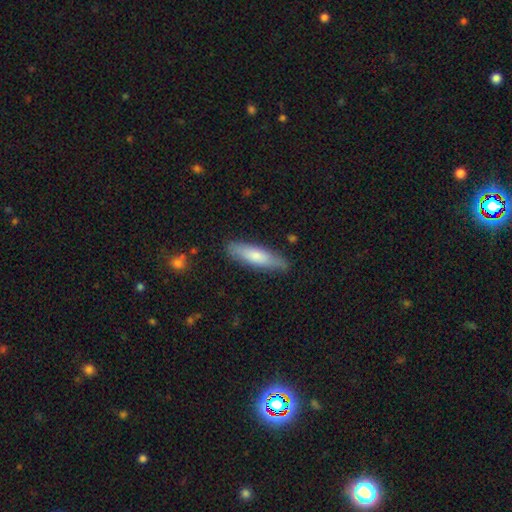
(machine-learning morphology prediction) smooth_or_featured: smooth (p=0.71) [alt: featured or disk p=0.24]
how_rounded: cigar-shaped (p=0.71) [alt: in between p=0.28]
merging: none (p=0.85) [alt: minor disturbance p=0.12]